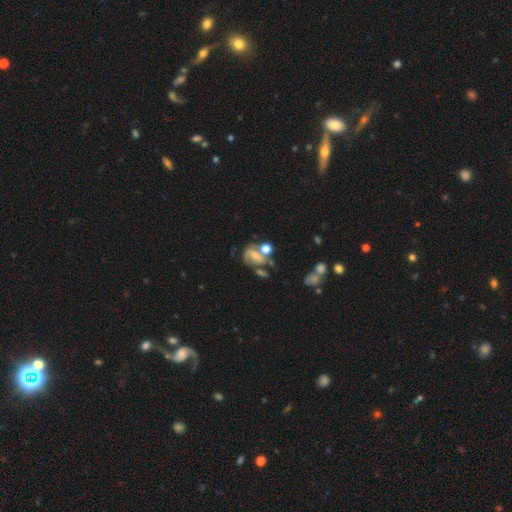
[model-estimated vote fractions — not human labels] A featured or disk galaxy (54%) with no bar (42%), spiral arms (64%) and a small central bulge (44%).

Vote fractions:
- Smooth or featured? featured or disk: 54% / smooth: 33% / star or artifact: 13%
- Edge-on disk? no: 96% / yes: 4%
- Bar? no: 42% / weak: 36% / strong: 22%
- Spiral arms? yes: 64% / no: 36%
- Bulge size? small: 44% / moderate: 39% / none: 11% / large: 5% / dominant: 2%
- Merging? none: 34% / merger: 32% / minor disturbance: 17% / major disturbance: 17%